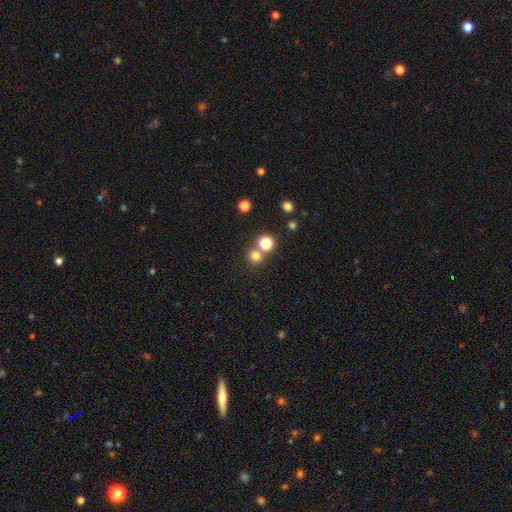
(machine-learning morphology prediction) Overall: smooth (76%). How rounded: round (90%). Merging: none (65%).